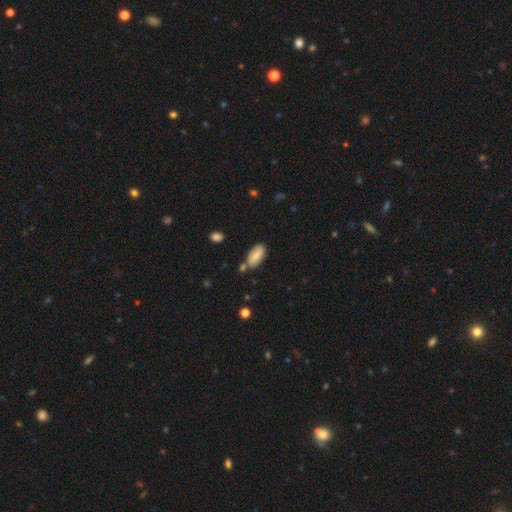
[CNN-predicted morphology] type=smooth (86%); roundness=in between (89%); merging=none (69%).